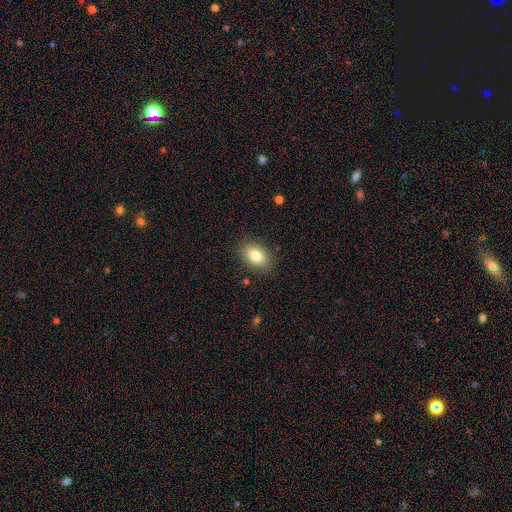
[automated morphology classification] smooth_or_featured: smooth (p=0.81) [alt: featured or disk p=0.10]
how_rounded: in between (p=0.86) [alt: round p=0.12]
merging: none (p=0.86) [alt: minor disturbance p=0.10]